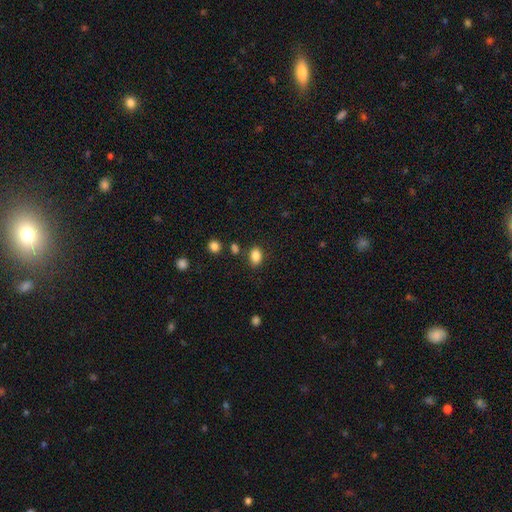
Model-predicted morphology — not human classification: smooth 85%, star or artifact 10%, featured or disk 5%. Down the decision tree: how rounded — in between (79%); merging — none (80%).